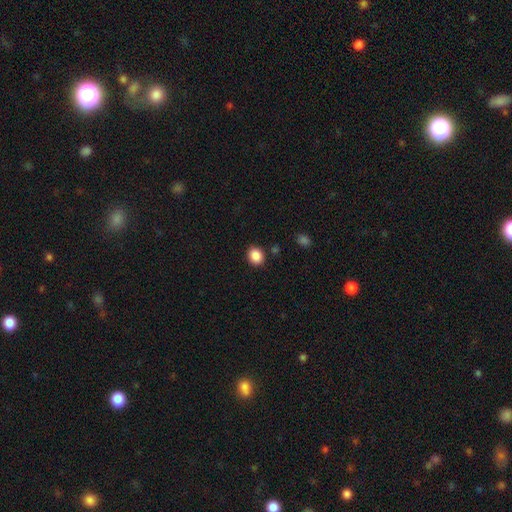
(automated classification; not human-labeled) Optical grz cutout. It shows a smooth galaxy with no disk features (88%) that is round (65%). Merging: none (88%).